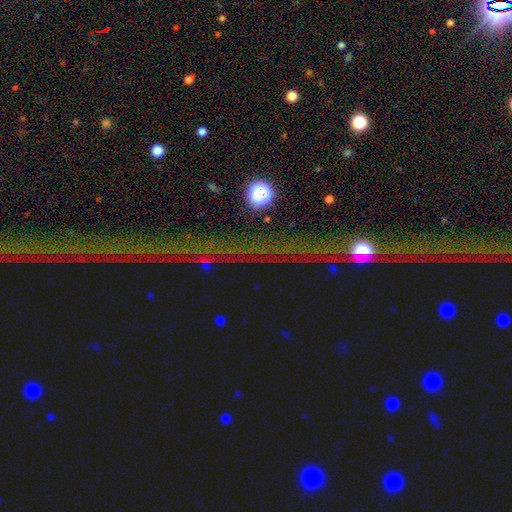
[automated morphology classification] Smooth or featured? Predicted: star or artifact (p=0.83).